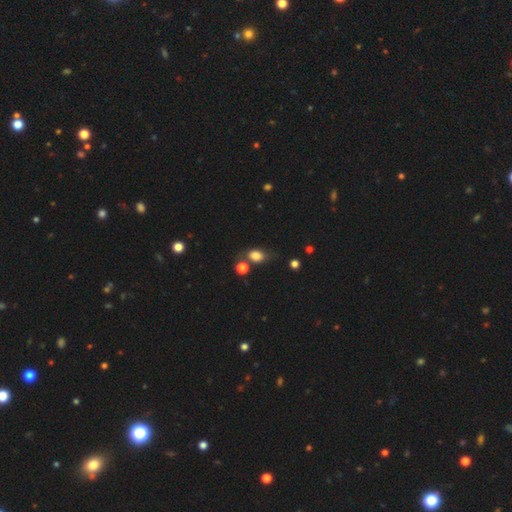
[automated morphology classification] Smooth or featured? Predicted: smooth (p=0.81). How rounded? Predicted: in between (p=0.68). Merging? Predicted: none (p=0.57).